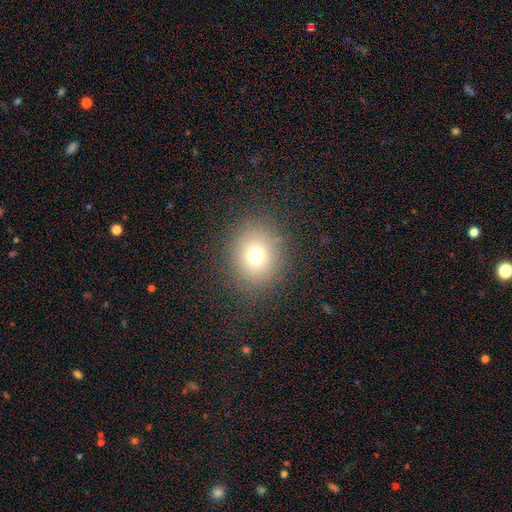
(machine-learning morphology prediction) A smooth galaxy with no disk features (72%) that is round (75%).

Vote fractions:
- Smooth or featured? smooth: 72% / star or artifact: 17% / featured or disk: 11%
- How rounded? round: 75% / in between: 24% / cigar-shaped: 1%
- Merging? none: 87% / minor disturbance: 8% / major disturbance: 4% / merger: 1%